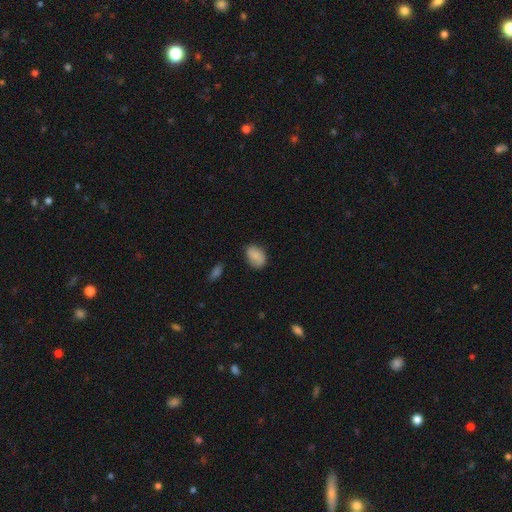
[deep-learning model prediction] smooth_or_featured: smooth (p=0.82) [alt: featured or disk p=0.10]
how_rounded: in between (p=0.81) [alt: round p=0.18]
merging: none (p=0.74) [alt: minor disturbance p=0.20]